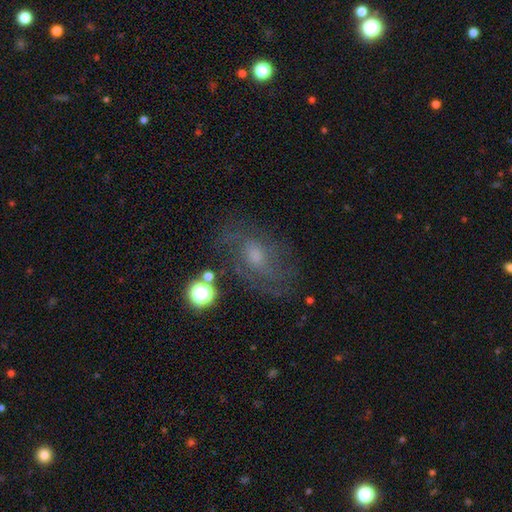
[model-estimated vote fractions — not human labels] Smooth or featured? Predicted: featured or disk (p=0.63). Edge-on disk? Predicted: no (p=0.95). Bar? Predicted: no (p=0.64). Spiral arms? Predicted: yes (p=0.82). Bulge size? Predicted: moderate (p=0.45). Merging? Predicted: none (p=0.64).